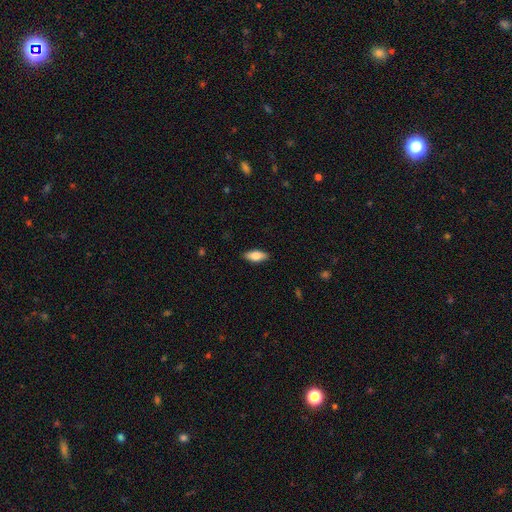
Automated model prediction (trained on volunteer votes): This appears to be a smooth galaxy with no disk features (74%) that is in between round and cigar-shaped (79%). Merging: none (88%).